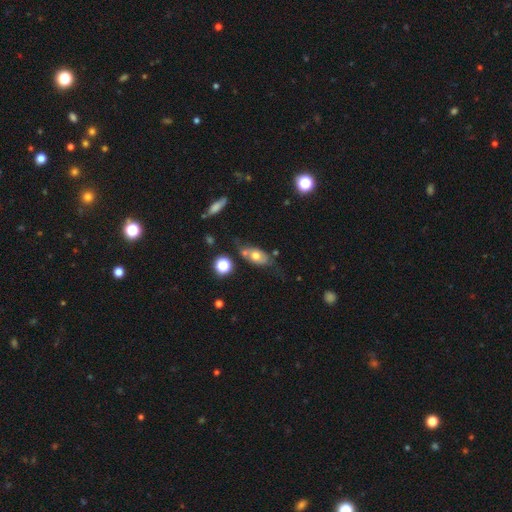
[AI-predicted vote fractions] A smooth galaxy with no disk features (59%) that is in between round and cigar-shaped (80%).

Vote fractions:
- Smooth or featured? smooth: 59% / featured or disk: 32% / star or artifact: 10%
- How rounded? in between: 80% / round: 14% / cigar-shaped: 6%
- Merging? none: 48% / minor disturbance: 23% / merger: 18% / major disturbance: 11%